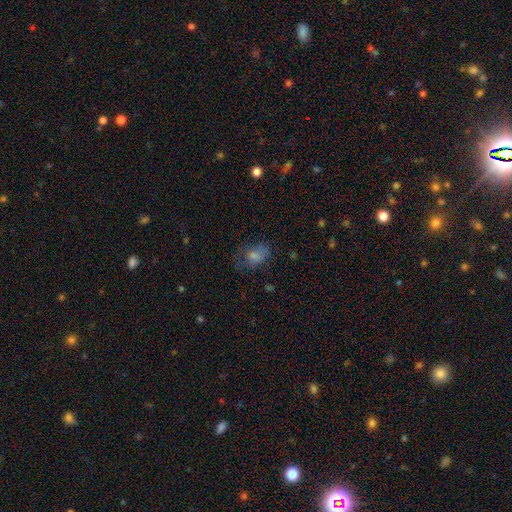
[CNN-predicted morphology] Smooth or featured: smooth — 74% (featured or disk — 13%)
How rounded: in between — 75% (round — 23%)
Merging: none — 47% (minor disturbance — 28%)